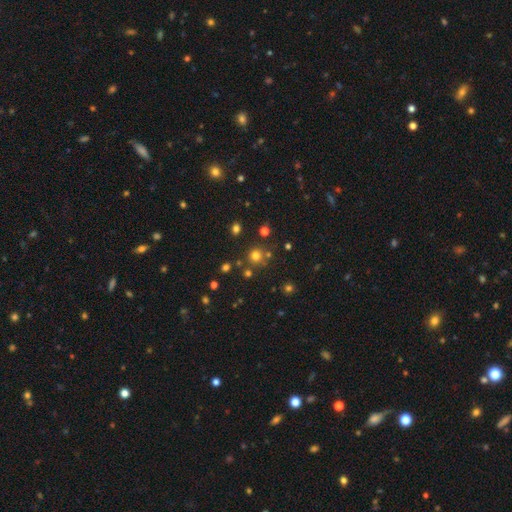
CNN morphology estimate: A smooth galaxy with no disk features (70%) that is round (92%). Merging: none (77%).